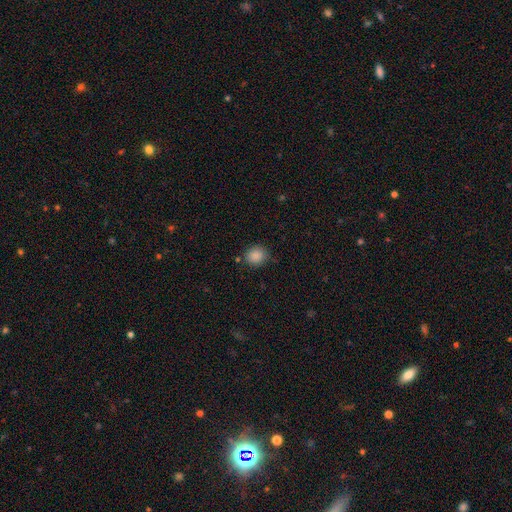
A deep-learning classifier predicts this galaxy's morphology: Q: Smooth or featured?
A: smooth (87%); runner-up: star or artifact (9%)
Q: How rounded?
A: round (80%); runner-up: in between (19%)
Q: Merging?
A: none (81%); runner-up: minor disturbance (12%)